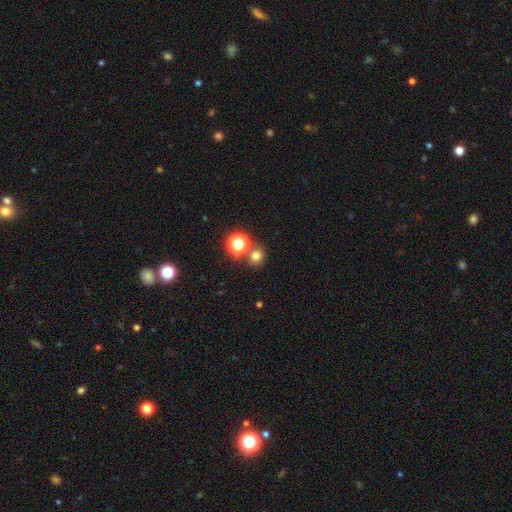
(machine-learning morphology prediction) Overall: smooth (72%). How rounded: round (82%). Merging: none (72%).